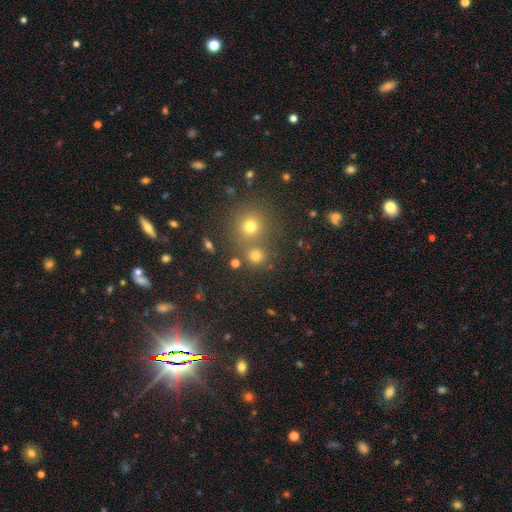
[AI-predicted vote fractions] A smooth galaxy with no disk features (72%) that is round (88%). Merging: none (68%).